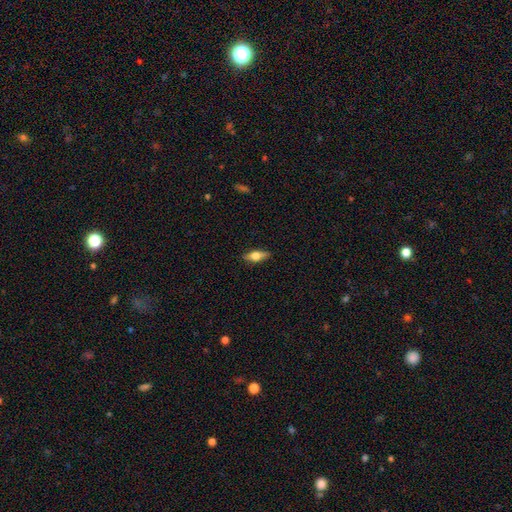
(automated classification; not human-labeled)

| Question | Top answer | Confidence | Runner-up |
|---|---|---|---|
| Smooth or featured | smooth | 54% | featured or disk (39%) |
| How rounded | in between | 65% | cigar-shaped (31%) |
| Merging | none | 87% | minor disturbance (10%) |